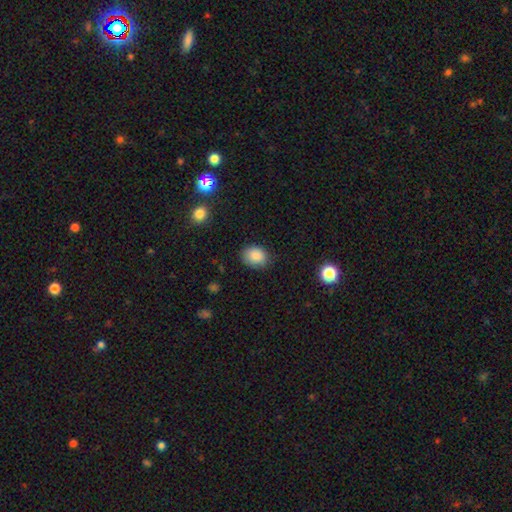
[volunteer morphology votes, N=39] Volunteers were most divided on "how rounded": in between: 71%, round: 29%, cigar-shaped: 0%. More confident: smooth or featured — smooth (87%); merging — none (86%).